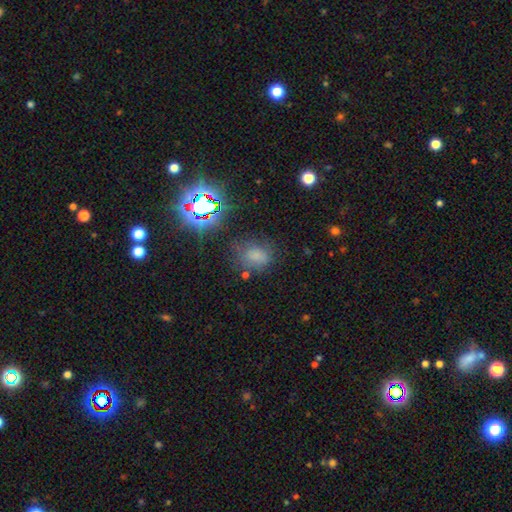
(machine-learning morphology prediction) The model was most divided on "how rounded": in between: 55%, round: 44%, cigar-shaped: 1%. More confident: smooth or featured — smooth (64%); merging — none (61%).